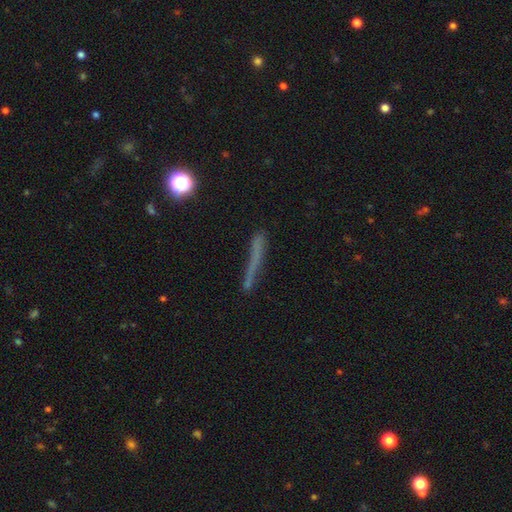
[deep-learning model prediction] A smooth galaxy with no disk features (53%) that is cigar-shaped (92%).

Vote fractions:
- Smooth or featured? smooth: 53% / featured or disk: 32% / star or artifact: 15%
- How rounded? cigar-shaped: 92% / in between: 5% / round: 3%
- Merging? none: 67% / minor disturbance: 19% / major disturbance: 9% / merger: 5%